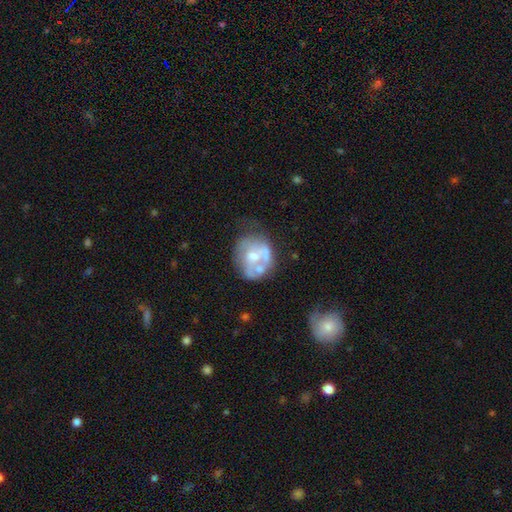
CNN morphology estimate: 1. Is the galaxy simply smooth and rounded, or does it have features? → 58% featured or disk, 34% smooth, 9% star or artifact.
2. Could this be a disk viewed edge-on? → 98% no, 2% yes.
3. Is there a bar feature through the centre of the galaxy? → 79% no, 16% weak, 4% strong.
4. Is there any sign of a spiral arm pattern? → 80% no, 20% yes.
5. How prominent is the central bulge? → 53% moderate, 27% small, 13% none, 5% large, 1% dominant.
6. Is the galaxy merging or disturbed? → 35% none, 23% minor disturbance, 23% major disturbance, 19% merger.